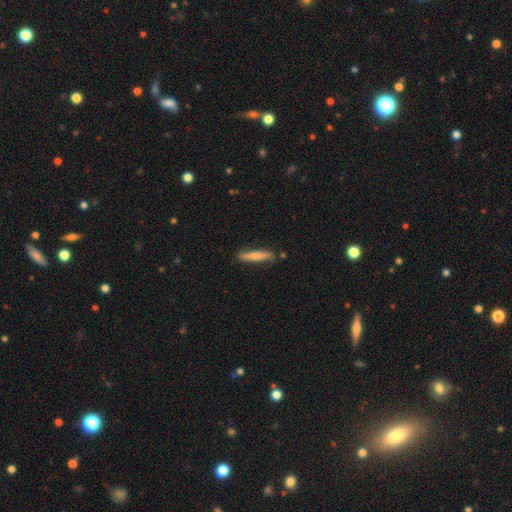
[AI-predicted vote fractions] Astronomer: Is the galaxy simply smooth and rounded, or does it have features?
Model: smooth — 64%.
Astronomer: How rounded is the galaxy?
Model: cigar-shaped — 90%.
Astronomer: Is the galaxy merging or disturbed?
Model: none — 82%.